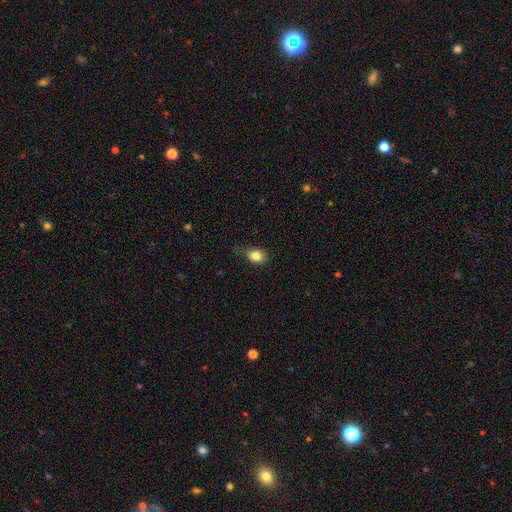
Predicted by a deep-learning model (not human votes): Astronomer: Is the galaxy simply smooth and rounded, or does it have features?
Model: smooth — 83%.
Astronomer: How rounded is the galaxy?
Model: in between — 65%.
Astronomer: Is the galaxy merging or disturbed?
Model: none — 61%.